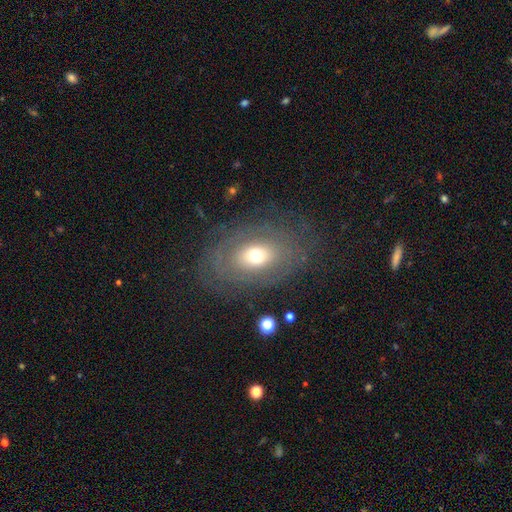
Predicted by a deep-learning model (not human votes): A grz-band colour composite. It shows a featured or disk galaxy (45%). Merging: none (73%).